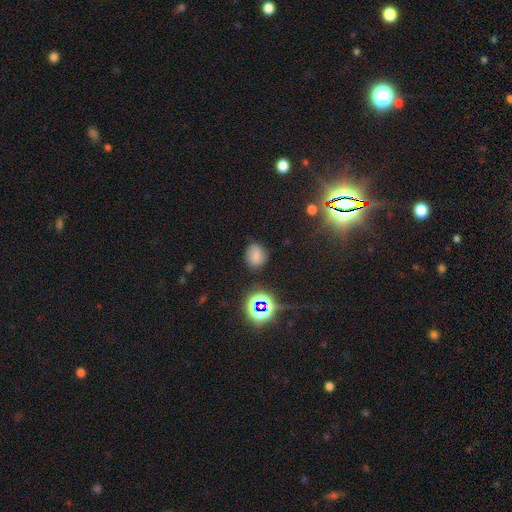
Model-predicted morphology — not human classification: Smooth or featured? smooth (71%)
How rounded? round (53%)
Merging? none (78%)